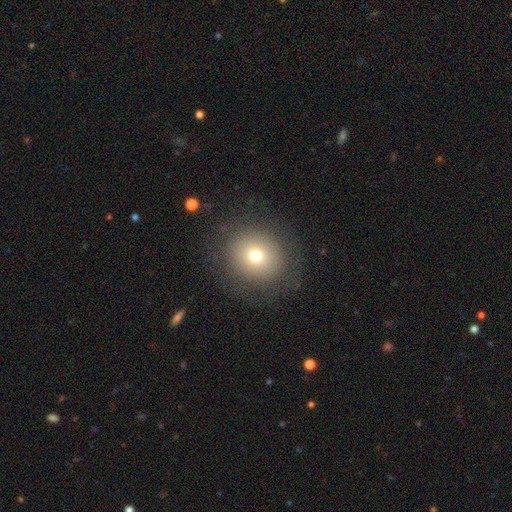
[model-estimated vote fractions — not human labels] Smooth or featured? smooth (71%)
How rounded? round (87%)
Merging? none (82%)